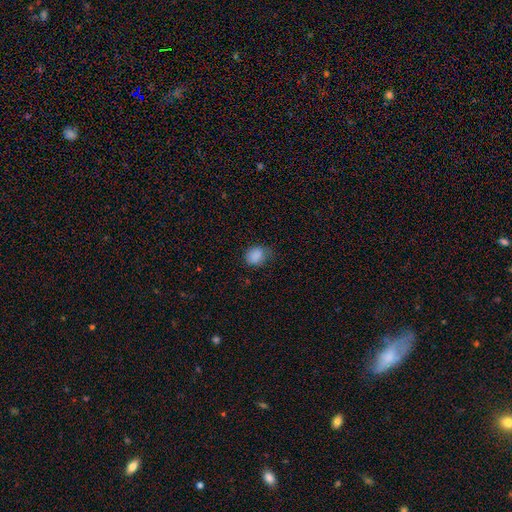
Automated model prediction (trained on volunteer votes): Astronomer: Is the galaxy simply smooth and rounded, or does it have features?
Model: smooth — 86%.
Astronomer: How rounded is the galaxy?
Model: round — 51% (runner-up: in between, 48%).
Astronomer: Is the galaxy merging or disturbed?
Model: none — 62%.